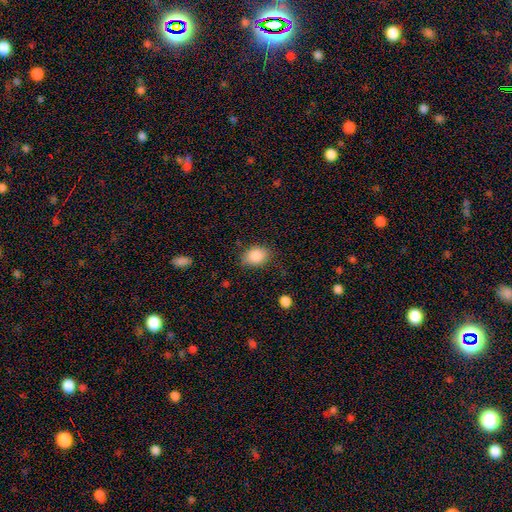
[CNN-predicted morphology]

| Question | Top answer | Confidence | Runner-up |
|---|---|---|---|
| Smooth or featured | smooth | 86% | star or artifact (8%) |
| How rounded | in between | 71% | round (28%) |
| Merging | none | 77% | minor disturbance (17%) |